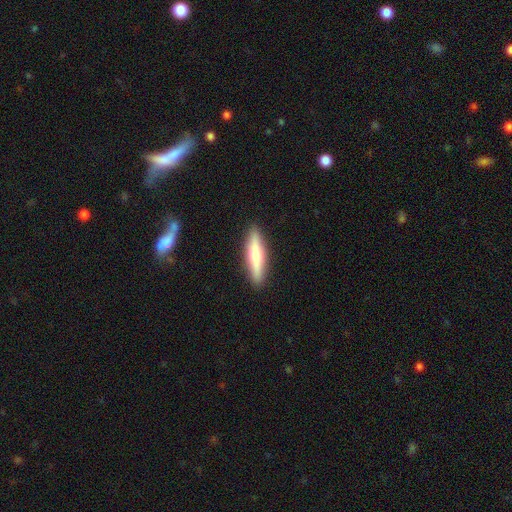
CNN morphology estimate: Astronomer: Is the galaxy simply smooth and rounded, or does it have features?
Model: smooth — 49% (runner-up: featured or disk, 46%).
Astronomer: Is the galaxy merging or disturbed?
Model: none — 91%.